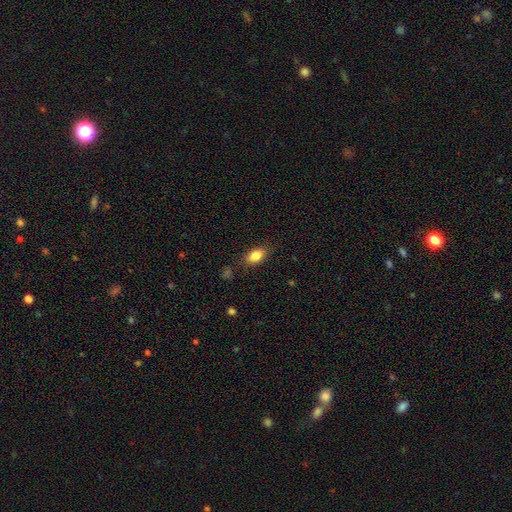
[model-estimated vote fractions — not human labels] A smooth galaxy with no disk features (85%) that is in between round and cigar-shaped (86%).

Vote fractions:
- Smooth or featured? smooth: 85% / star or artifact: 8% / featured or disk: 7%
- How rounded? in between: 86% / round: 10% / cigar-shaped: 4%
- Merging? none: 83% / minor disturbance: 12% / major disturbance: 3% / merger: 1%